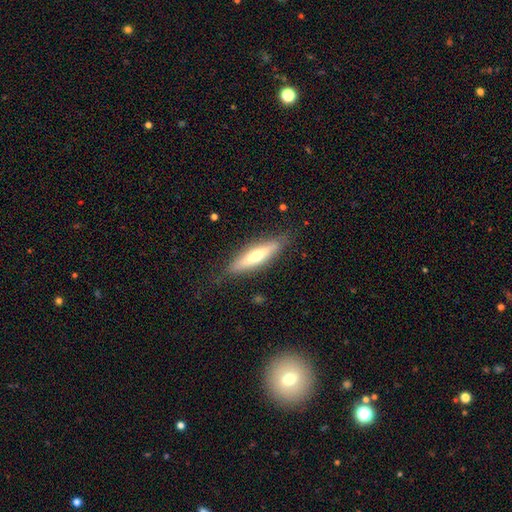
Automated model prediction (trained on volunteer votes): Overall: smooth (49%; featured or disk 45%). Merging: none (83%).